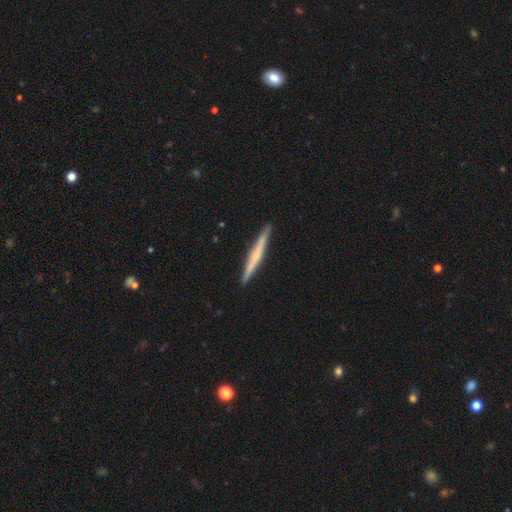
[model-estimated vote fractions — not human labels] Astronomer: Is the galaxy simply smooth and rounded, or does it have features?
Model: featured or disk — 53% (runner-up: smooth, 41%).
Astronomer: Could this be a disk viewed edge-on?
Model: yes — 98%.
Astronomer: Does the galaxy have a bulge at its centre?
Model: none — 59%.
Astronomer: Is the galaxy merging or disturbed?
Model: none — 91%.